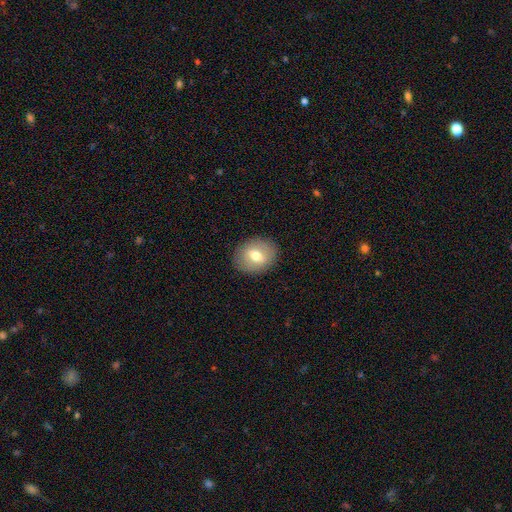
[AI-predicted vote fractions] Smooth or featured? smooth (68%)
How rounded? round (57%)
Merging? none (88%)